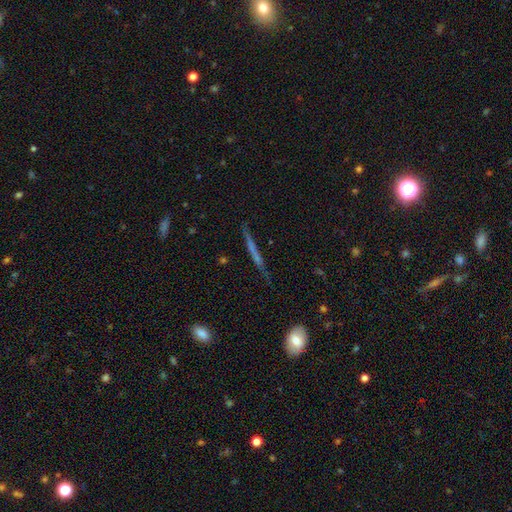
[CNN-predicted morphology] Smooth or featured? featured or disk (56%)
Edge-on disk? yes (94%)
Edge-on bulge? none (75%)
Merging? none (86%)